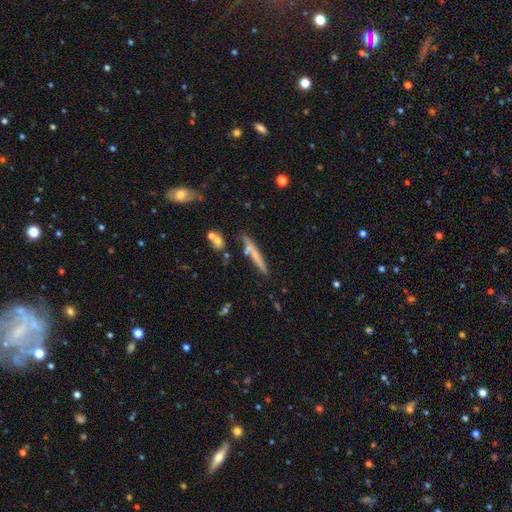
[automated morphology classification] type=smooth (55%); roundness=cigar-shaped (93%); merging=none (72%).